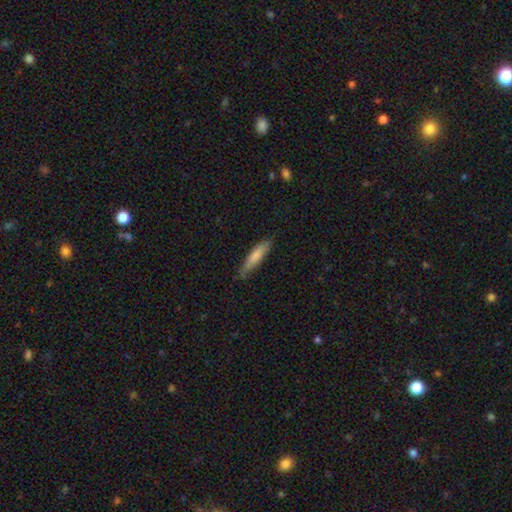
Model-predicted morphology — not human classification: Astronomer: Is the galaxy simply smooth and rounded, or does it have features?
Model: smooth — 76%.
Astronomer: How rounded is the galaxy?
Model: cigar-shaped — 79%.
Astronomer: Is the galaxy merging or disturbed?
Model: none — 77%.